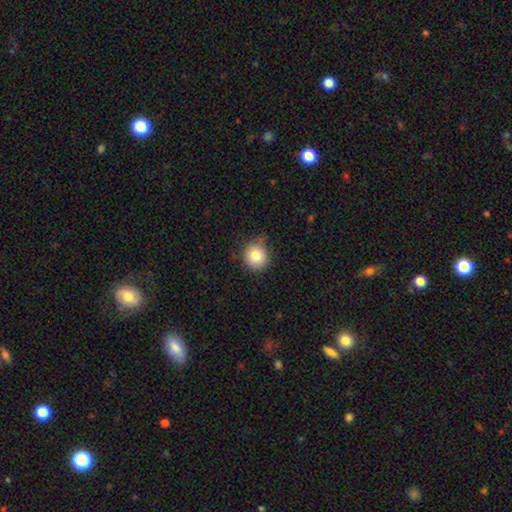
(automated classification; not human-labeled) This appears to be a smooth galaxy with no disk features (82%) that is round (90%). Merging: none (76%).